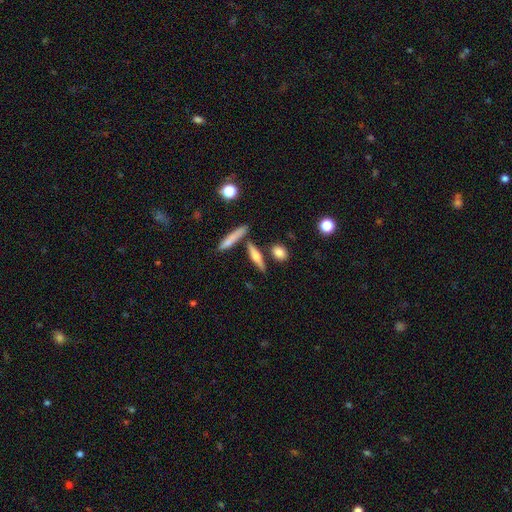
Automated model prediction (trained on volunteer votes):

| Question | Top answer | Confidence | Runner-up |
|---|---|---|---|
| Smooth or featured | smooth | 47% | featured or disk (45%) |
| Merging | none | 77% | minor disturbance (11%) |